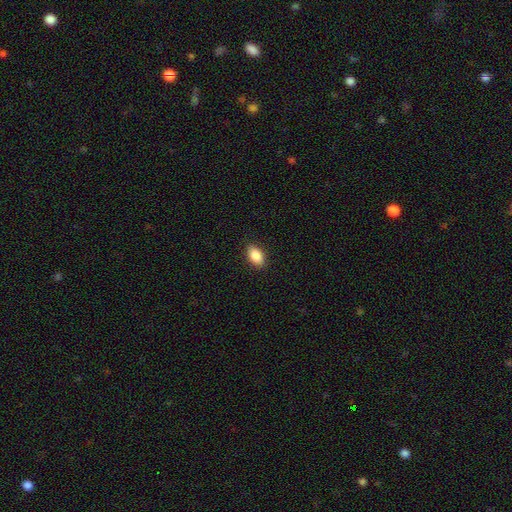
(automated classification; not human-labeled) Smooth or featured? Predicted: smooth (p=0.88). How rounded? Predicted: in between (p=0.91). Merging? Predicted: none (p=0.89).